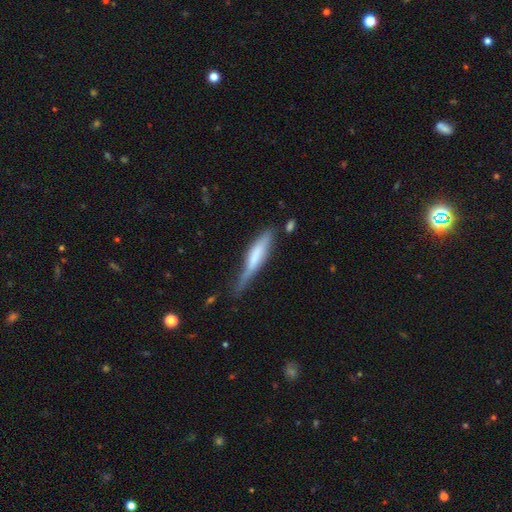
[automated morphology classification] Overall: smooth (56%; featured or disk 38%). How rounded: cigar-shaped (82%). Merging: none (48%; minor disturbance 34%).